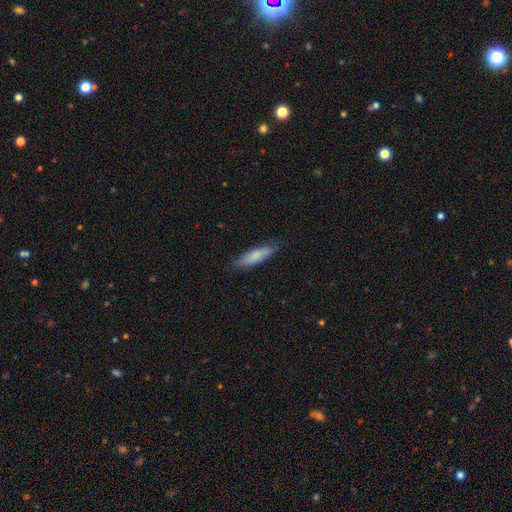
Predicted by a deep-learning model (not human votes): Overall: smooth (79%). How rounded: cigar-shaped (72%). Merging: none (82%).